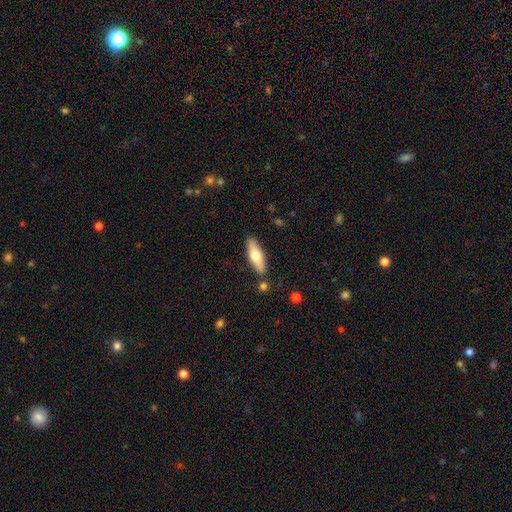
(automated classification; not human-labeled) This is likely a smooth galaxy (63%). How rounded: possibly in between (54%). Merging: clearly none (86%).